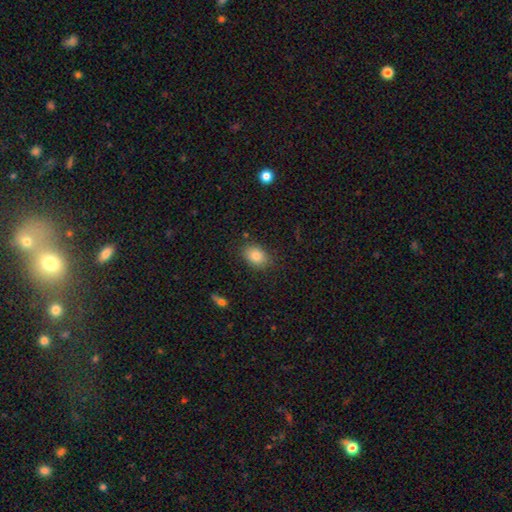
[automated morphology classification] smooth-or-featured: smooth: 84% | star or artifact: 9% | featured or disk: 7%
  how-rounded: in between: 75% | round: 24% | cigar-shaped: 1%
  merging: none: 82% | minor disturbance: 13% | major disturbance: 3% | merger: 2%